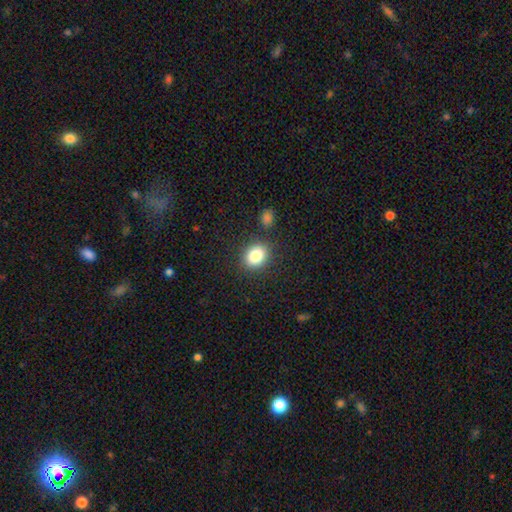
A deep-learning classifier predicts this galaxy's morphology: Q: Smooth or featured?
A: smooth (83%); runner-up: star or artifact (10%)
Q: How rounded?
A: round (55%); runner-up: in between (44%)
Q: Merging?
A: none (83%); runner-up: minor disturbance (10%)